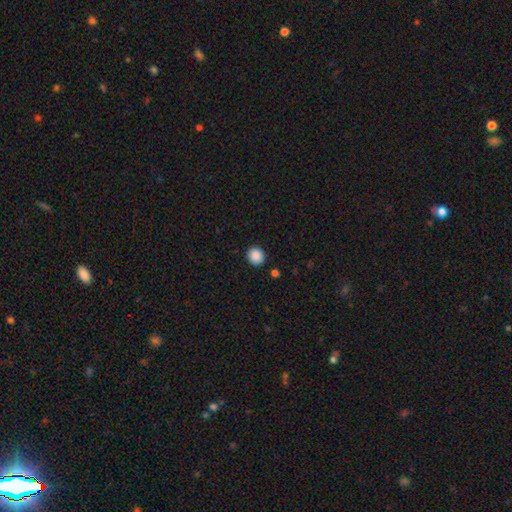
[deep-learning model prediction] The model was most divided on "how rounded": round: 86%, in between: 14%, cigar-shaped: 1%. More confident: merging — none (90%); smooth or featured — smooth (88%).